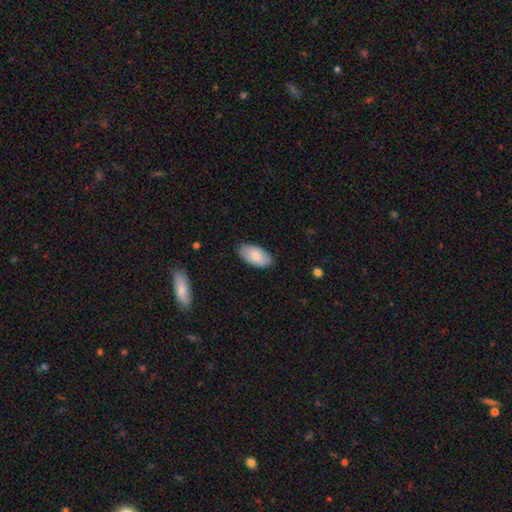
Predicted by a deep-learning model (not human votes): Smooth or featured?
  - smooth: 80% *
  - featured or disk: 14%
  - star or artifact: 6%
How rounded?
  - in between: 95% *
  - round: 3%
  - cigar-shaped: 2%
Merging?
  - none: 86% *
  - minor disturbance: 11%
  - major disturbance: 2%
  - merger: 1%